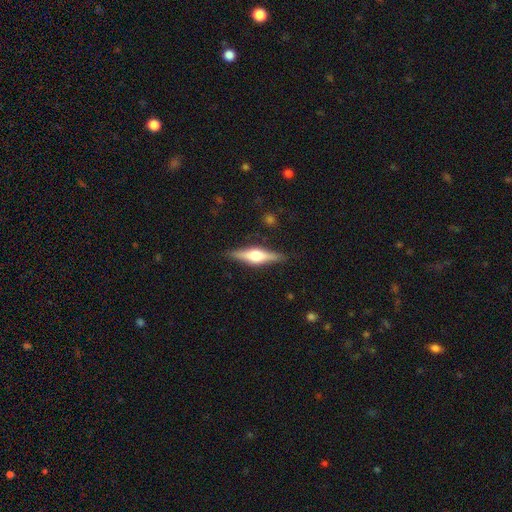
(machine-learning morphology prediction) This appears to be a featured or disk galaxy (65%) viewed edge-on (96%) with a rounded central bulge (91%). Merging: none (87%).